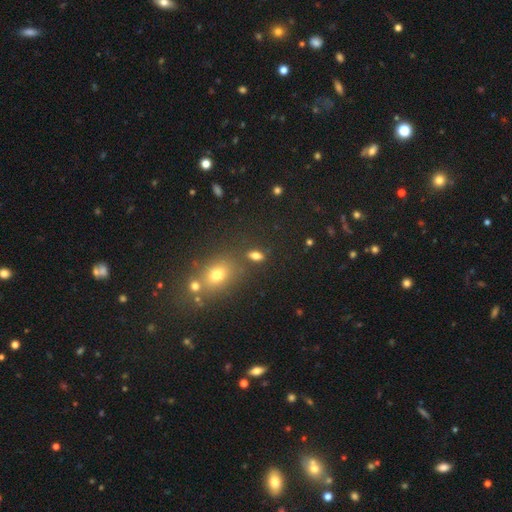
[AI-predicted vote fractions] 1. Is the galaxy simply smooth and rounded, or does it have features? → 76% smooth, 14% star or artifact, 10% featured or disk.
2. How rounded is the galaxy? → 81% in between, 11% round, 8% cigar-shaped.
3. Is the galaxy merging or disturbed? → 75% none, 12% minor disturbance, 9% merger, 5% major disturbance.